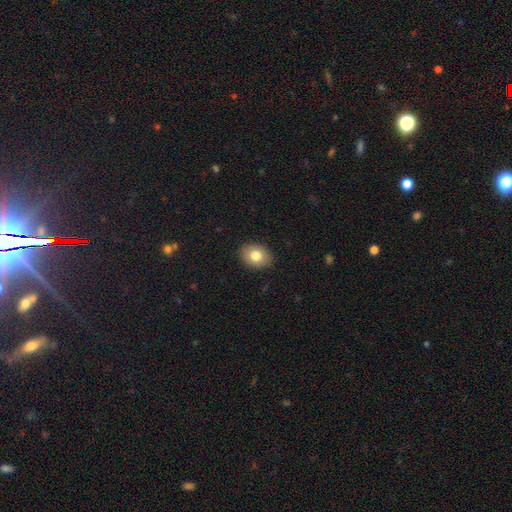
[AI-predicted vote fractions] A smooth galaxy with no disk features (80%) that is in between round and cigar-shaped (67%). Merging: none (89%).